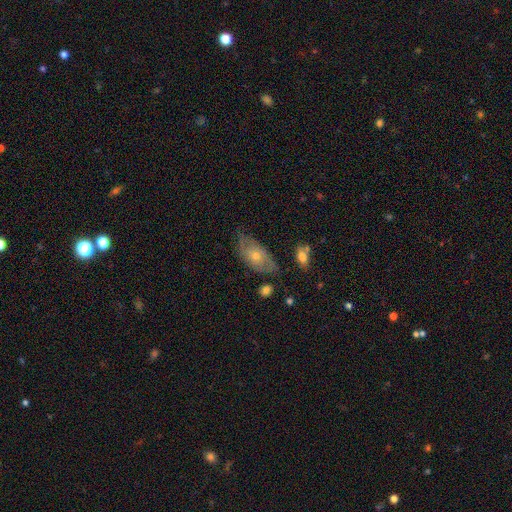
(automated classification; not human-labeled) Smooth or featured: featured or disk — 50% (smooth — 43%)
Merging: none — 60% (minor disturbance — 29%)